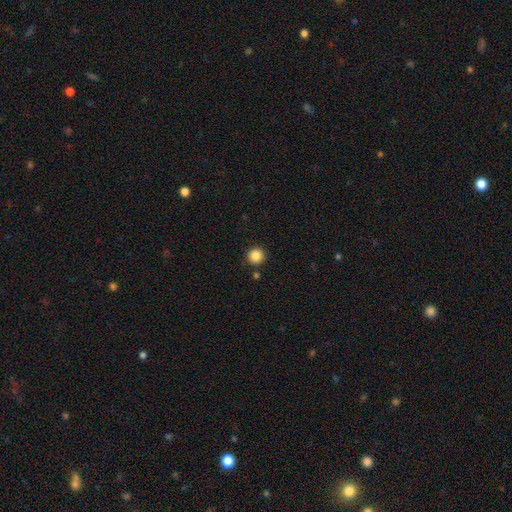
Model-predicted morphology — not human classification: smooth_or_featured: smooth (p=0.87) [alt: star or artifact p=0.10]
how_rounded: round (p=0.95) [alt: in between p=0.04]
merging: none (p=0.89) [alt: minor disturbance p=0.06]